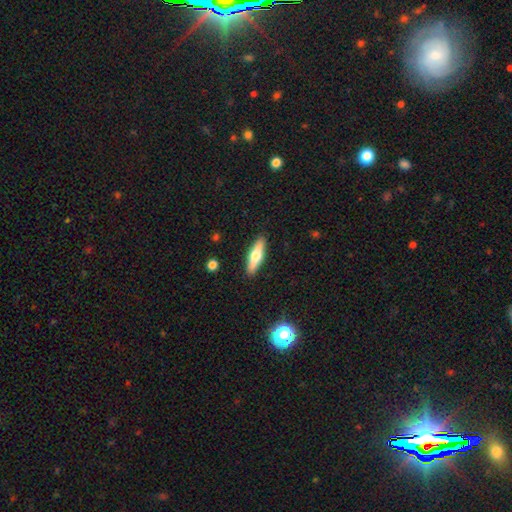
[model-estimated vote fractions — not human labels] Q: Smooth or featured?
A: smooth (51%); runner-up: featured or disk (44%)
Q: How rounded?
A: cigar-shaped (68%); runner-up: in between (30%)
Q: Merging?
A: none (90%); runner-up: minor disturbance (7%)